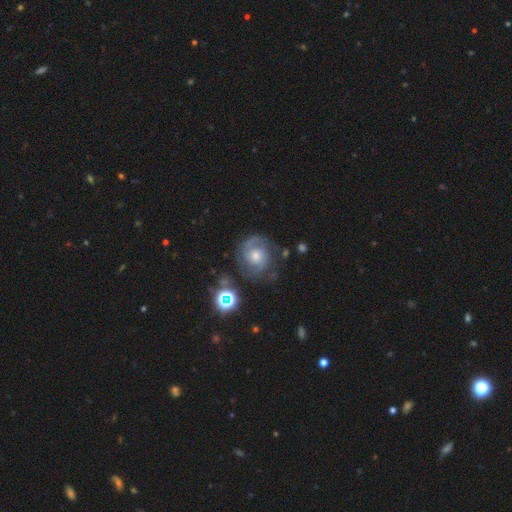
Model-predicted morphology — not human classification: smooth-or-featured: featured or disk: 76% | smooth: 13% | star or artifact: 11%
  disk-edge-on: no: 98% | yes: 2%
    bar: no: 69% | weak: 26% | strong: 5%
    has-spiral-arms: yes: 93% | no: 7%
      spiral-winding: tight: 51% | medium: 39% | loose: 10%
      spiral-arm-count: 2: 54% | can't tell: 21% | 3: 12% | 1: 7% | 4: 3% | more than 4: 3%
    bulge-size: moderate: 55% | small: 35% | large: 6% | none: 3% | dominant: 1%
  merging: none: 71% | minor disturbance: 17% | major disturbance: 9% | merger: 3%